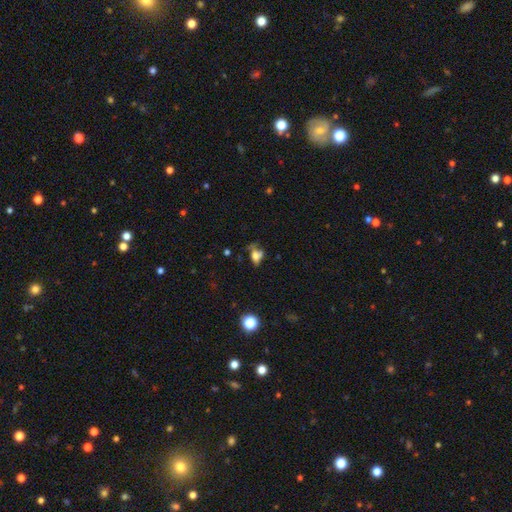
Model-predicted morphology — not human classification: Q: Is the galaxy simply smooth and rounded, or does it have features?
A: smooth — 60%.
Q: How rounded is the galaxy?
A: in between — 71%.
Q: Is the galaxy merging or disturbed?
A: none — 33%.